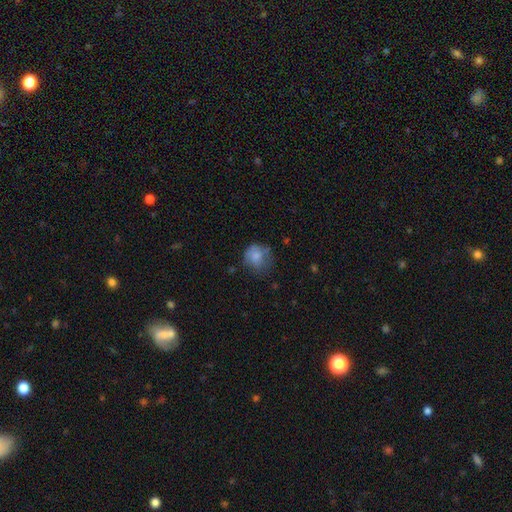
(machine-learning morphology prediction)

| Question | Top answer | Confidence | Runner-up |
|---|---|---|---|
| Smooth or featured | smooth | 72% | featured or disk (18%) |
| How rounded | round | 74% | in between (25%) |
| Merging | none | 49% | minor disturbance (30%) |